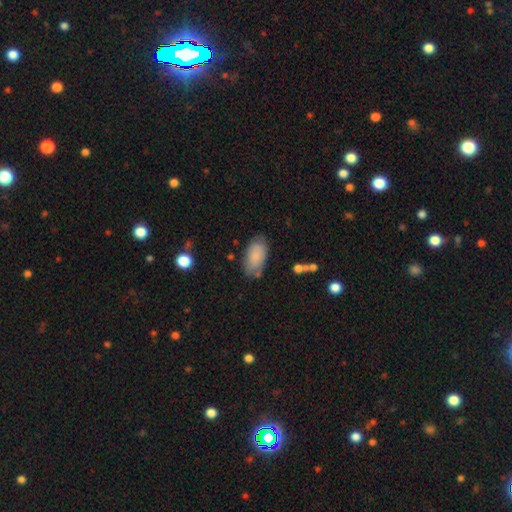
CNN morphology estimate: Smooth or featured? smooth (84%)
How rounded? in between (94%)
Merging? none (75%)